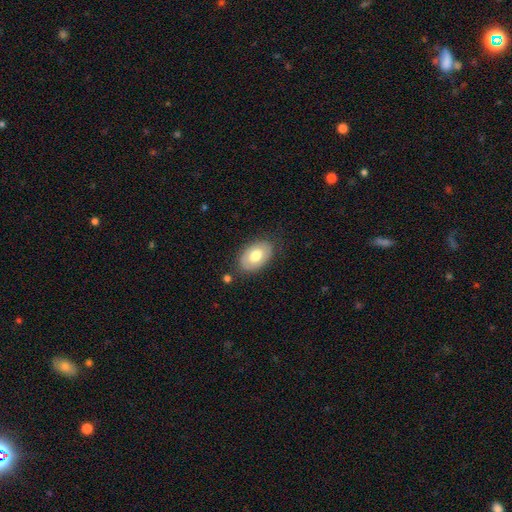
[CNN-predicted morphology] Smooth or featured?
  - smooth: 66% *
  - featured or disk: 28%
  - star or artifact: 6%
How rounded?
  - in between: 90% *
  - round: 9%
  - cigar-shaped: 1%
Merging?
  - none: 80% *
  - minor disturbance: 14%
  - major disturbance: 4%
  - merger: 2%